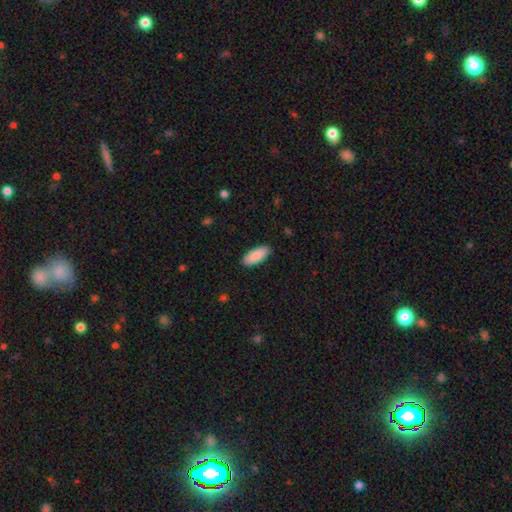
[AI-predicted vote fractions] smooth-or-featured: smooth: 90% | star or artifact: 6% | featured or disk: 5%
  how-rounded: in between: 83% | cigar-shaped: 16% | round: 2%
  merging: none: 89% | minor disturbance: 8% | major disturbance: 2% | merger: 1%